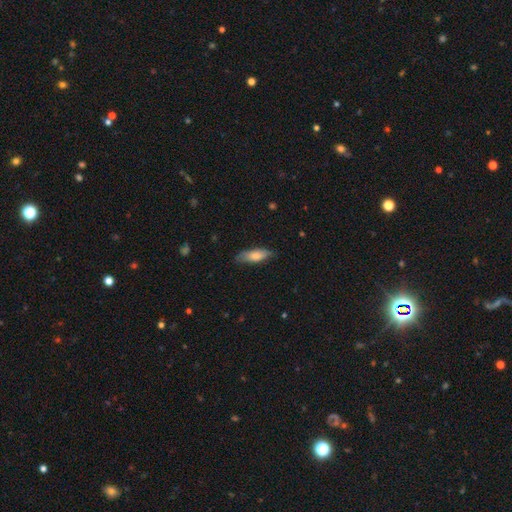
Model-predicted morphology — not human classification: The model was most divided on "how rounded": in between: 57%, cigar-shaped: 41%, round: 2%. More confident: smooth or featured — smooth (76%); merging — none (73%).